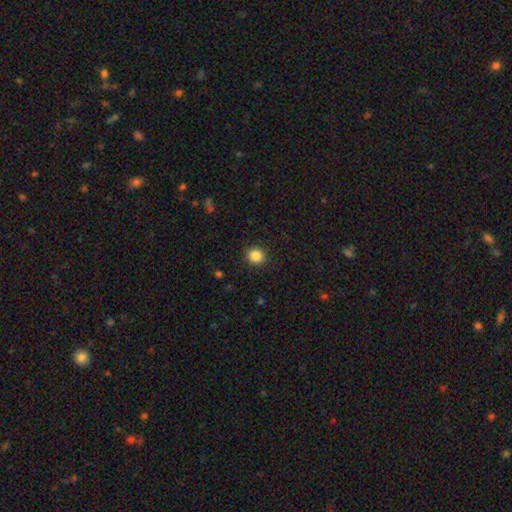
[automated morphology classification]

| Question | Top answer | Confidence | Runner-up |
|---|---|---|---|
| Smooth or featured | smooth | 86% | star or artifact (11%) |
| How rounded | round | 88% | in between (11%) |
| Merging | none | 90% | minor disturbance (6%) |